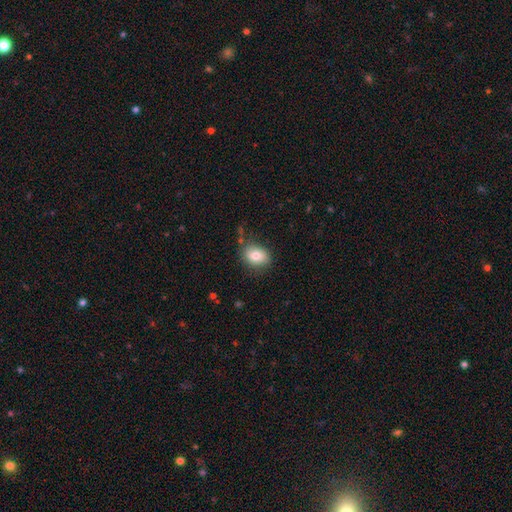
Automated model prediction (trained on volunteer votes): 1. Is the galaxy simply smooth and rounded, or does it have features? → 78% smooth, 14% featured or disk, 8% star or artifact.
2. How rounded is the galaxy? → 68% in between, 31% round, 1% cigar-shaped.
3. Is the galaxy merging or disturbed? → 74% none, 18% minor disturbance, 5% major disturbance, 3% merger.